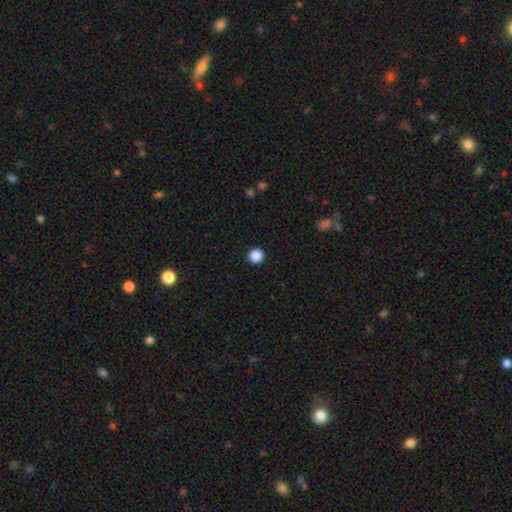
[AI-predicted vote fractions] Smooth or featured?
  - smooth: 88% *
  - star or artifact: 10%
  - featured or disk: 2%
How rounded?
  - round: 95% *
  - in between: 4%
  - cigar-shaped: 1%
Merging?
  - none: 93% *
  - minor disturbance: 4%
  - major disturbance: 2%
  - merger: 1%